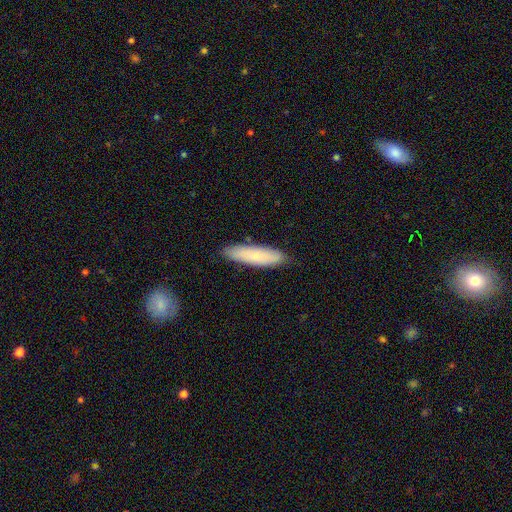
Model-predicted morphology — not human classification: Q: Smooth or featured?
A: smooth (74%); runner-up: featured or disk (20%)
Q: How rounded?
A: cigar-shaped (68%); runner-up: in between (31%)
Q: Merging?
A: none (84%); runner-up: minor disturbance (13%)